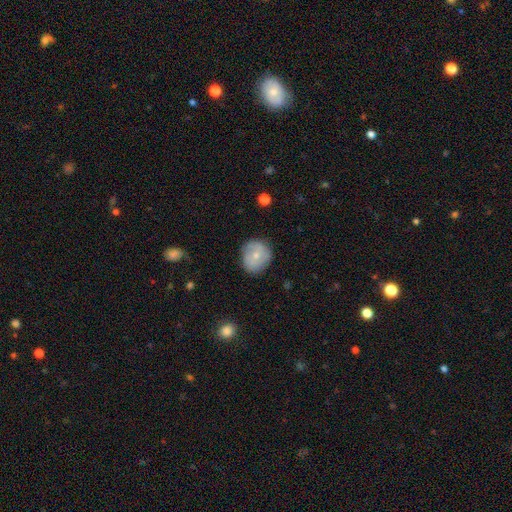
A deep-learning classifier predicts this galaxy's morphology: This appears to be a smooth galaxy with no disk features (65%) that is round (84%). Merging: none (78%).